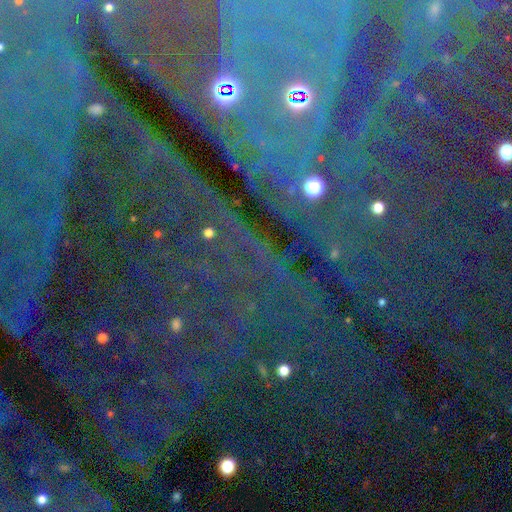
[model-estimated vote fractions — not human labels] Smooth or featured: star or artifact — 82% (featured or disk — 9%)